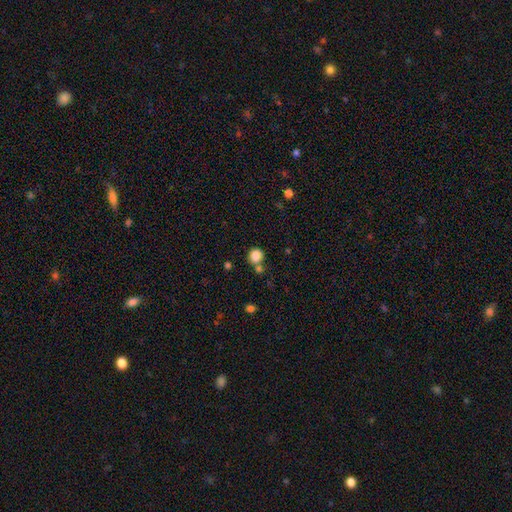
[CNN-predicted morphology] Q: Smooth or featured?
A: smooth (85%); runner-up: star or artifact (10%)
Q: How rounded?
A: round (87%); runner-up: in between (12%)
Q: Merging?
A: none (64%); runner-up: merger (22%)